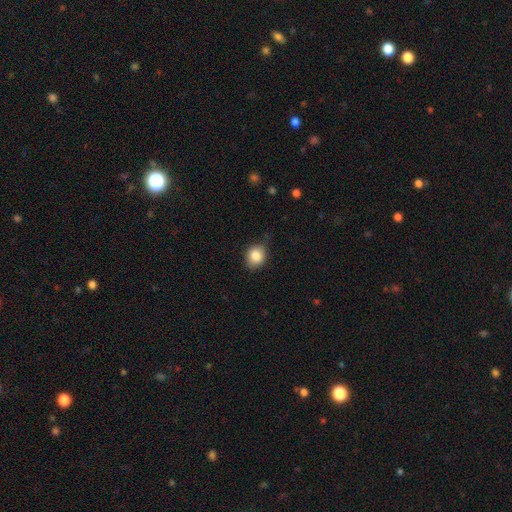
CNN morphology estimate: smooth-or-featured: smooth: 85% | star or artifact: 9% | featured or disk: 6%
  how-rounded: round: 66% | in between: 33% | cigar-shaped: 1%
  merging: none: 72% | minor disturbance: 23% | major disturbance: 4% | merger: 1%